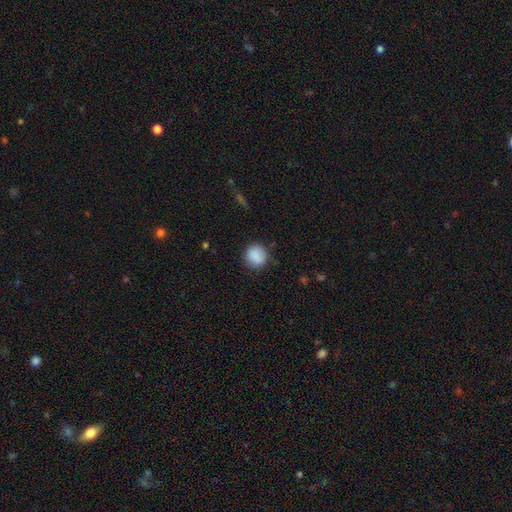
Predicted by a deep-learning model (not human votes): A smooth galaxy with no disk features (88%) that is round (89%).

Vote fractions:
- Smooth or featured? smooth: 88% / star or artifact: 8% / featured or disk: 4%
- How rounded? round: 89% / in between: 10% / cigar-shaped: 1%
- Merging? none: 85% / minor disturbance: 10% / major disturbance: 3% / merger: 1%